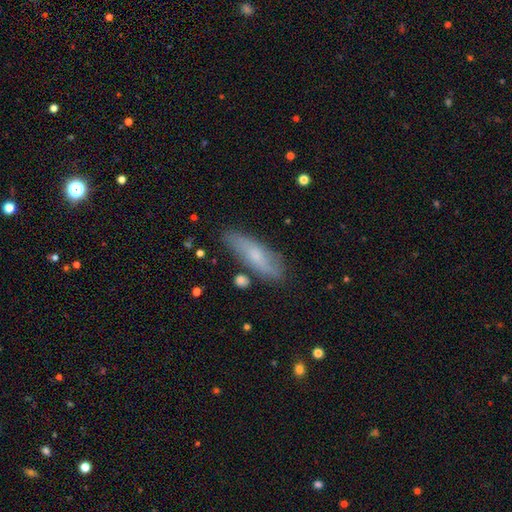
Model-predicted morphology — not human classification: Overall: smooth (59%; featured or disk 34%). How rounded: cigar-shaped (53%; in between 45%). Merging: none (78%).